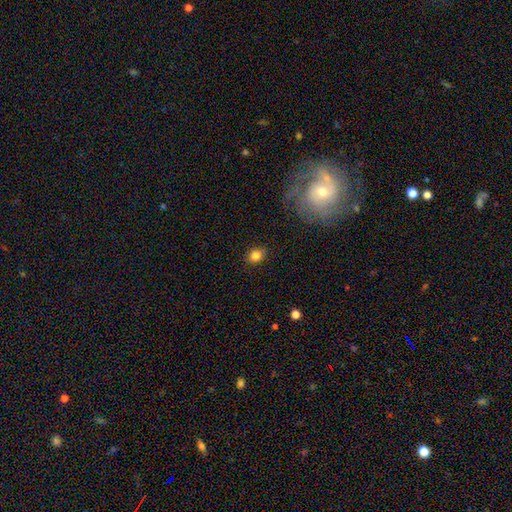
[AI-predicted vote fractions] smooth 83%, star or artifact 11%, featured or disk 7%. Down the decision tree: how rounded — round (63%); merging — none (87%).